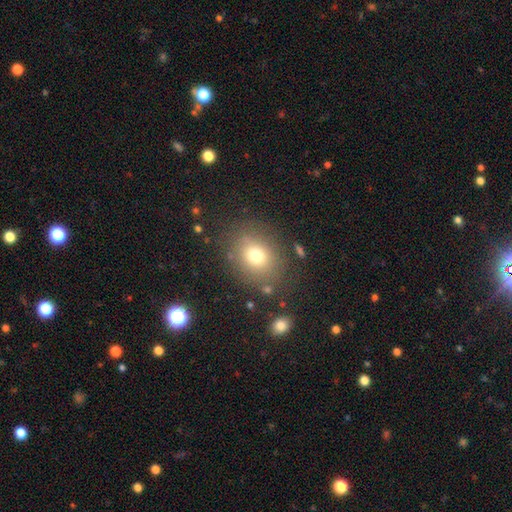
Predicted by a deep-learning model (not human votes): This is likely a smooth galaxy (73%). How rounded: possibly round (56%). Merging: likely none (78%).